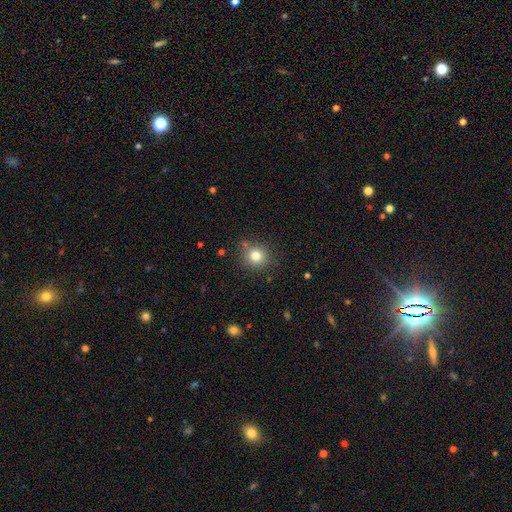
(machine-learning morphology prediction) A smooth galaxy with no disk features (79%) that is round (87%). Merging: none (83%).